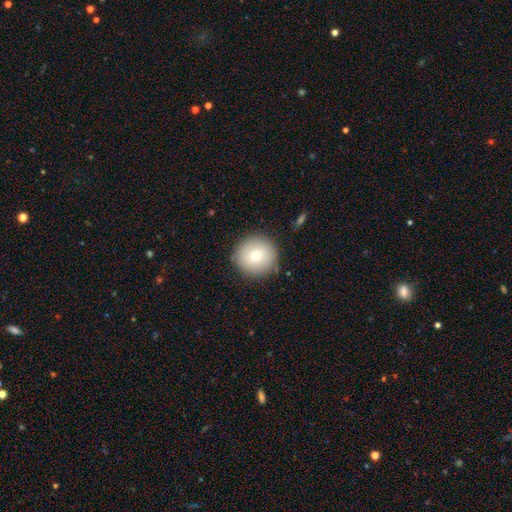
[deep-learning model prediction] A smooth galaxy with no disk features (81%) that is round (94%). Merging: none (88%).